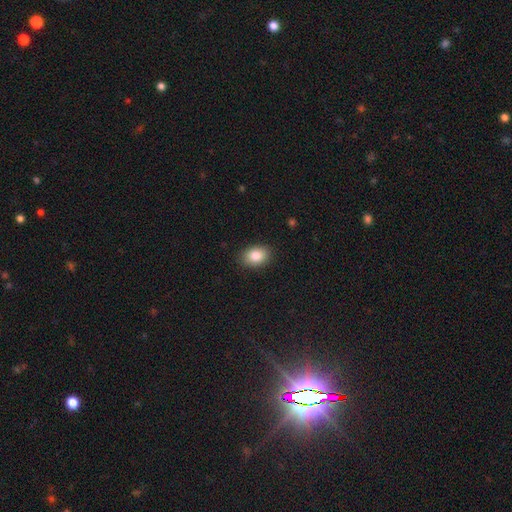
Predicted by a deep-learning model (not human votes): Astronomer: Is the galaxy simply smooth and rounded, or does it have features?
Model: smooth — 85%.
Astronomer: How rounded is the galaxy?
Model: in between — 80%.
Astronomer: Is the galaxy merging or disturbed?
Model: none — 88%.